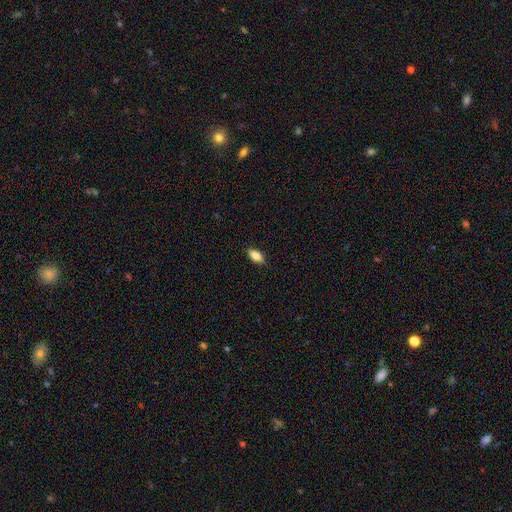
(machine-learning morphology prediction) Smooth or featured: smooth — 82% (featured or disk — 11%)
How rounded: in between — 87% (cigar-shaped — 10%)
Merging: none — 87% (minor disturbance — 10%)